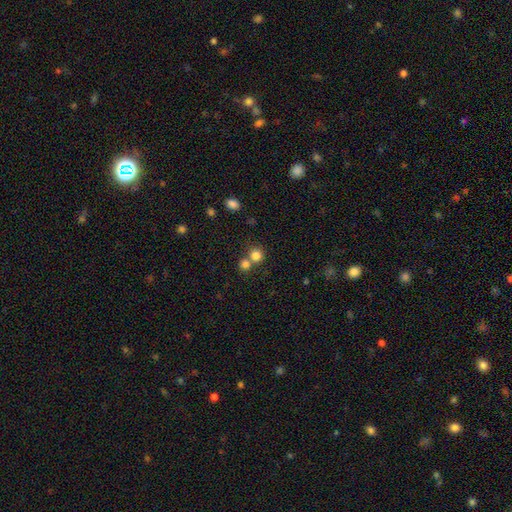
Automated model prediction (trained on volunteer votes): This appears to be a smooth galaxy with no disk features (81%) that is round (89%). Merging: none (54%).